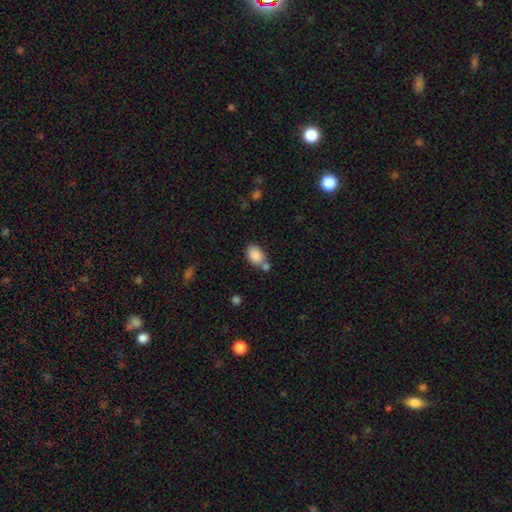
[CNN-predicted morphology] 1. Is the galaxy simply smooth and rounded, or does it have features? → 87% smooth, 8% star or artifact, 5% featured or disk.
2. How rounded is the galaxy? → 88% in between, 11% round, 1% cigar-shaped.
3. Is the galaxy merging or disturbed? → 55% none, 27% merger, 14% minor disturbance, 4% major disturbance.